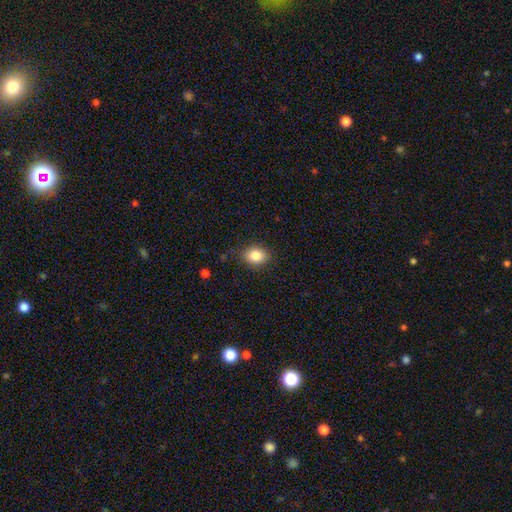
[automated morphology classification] Overall: smooth (85%). How rounded: in between (57%; round 42%). Merging: none (82%).